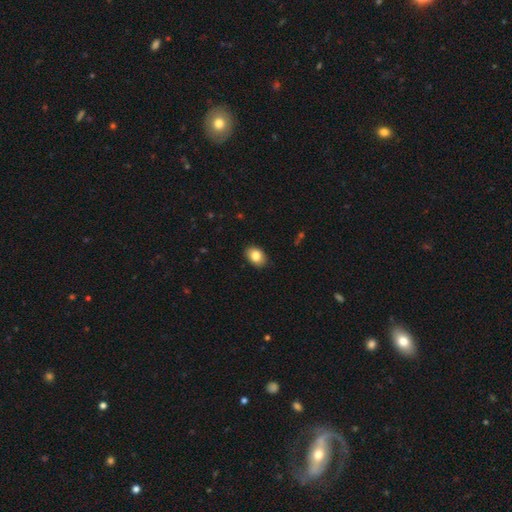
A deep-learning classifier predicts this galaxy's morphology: Overall: smooth (85%). How rounded: in between (78%). Merging: none (89%).